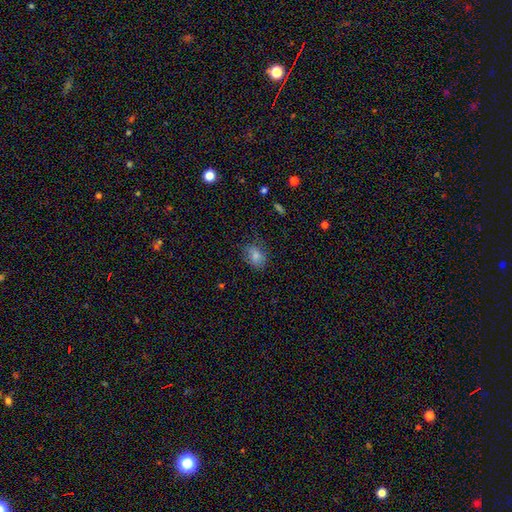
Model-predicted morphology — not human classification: smooth_or_featured: smooth (p=0.81) [alt: star or artifact p=0.10]
how_rounded: in between (p=0.72) [alt: round p=0.26]
merging: none (p=0.70) [alt: minor disturbance p=0.22]